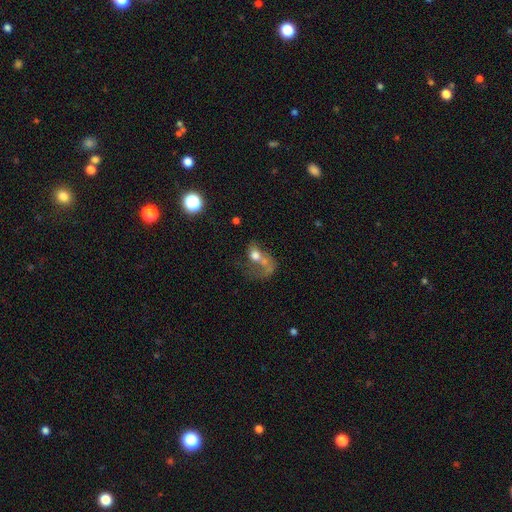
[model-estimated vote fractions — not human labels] This appears to be a smooth galaxy with no disk features (48%). Merging: merger (38%).